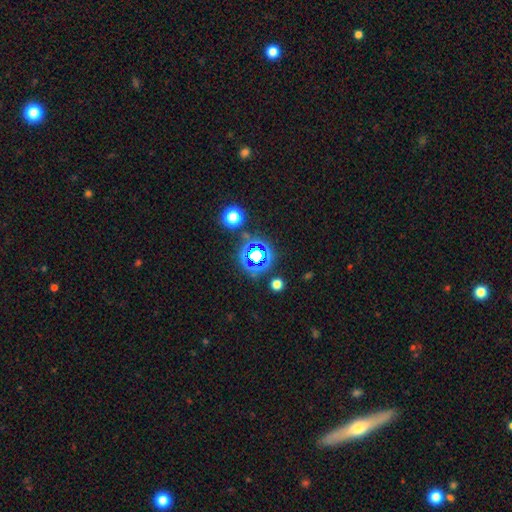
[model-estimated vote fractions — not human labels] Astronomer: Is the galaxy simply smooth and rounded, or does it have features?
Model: star or artifact — 66%.